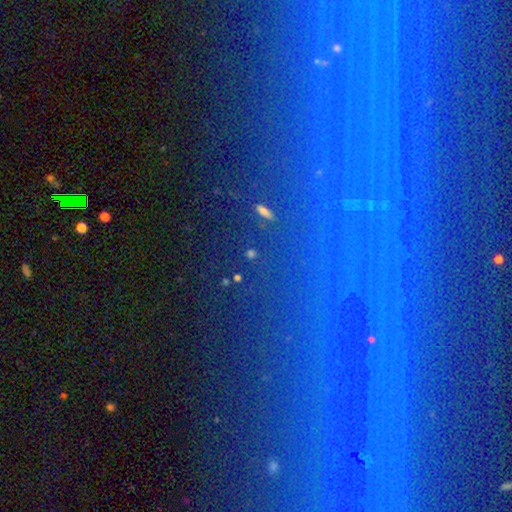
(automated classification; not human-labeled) Q: Smooth or featured?
A: star or artifact (75%); runner-up: smooth (13%)